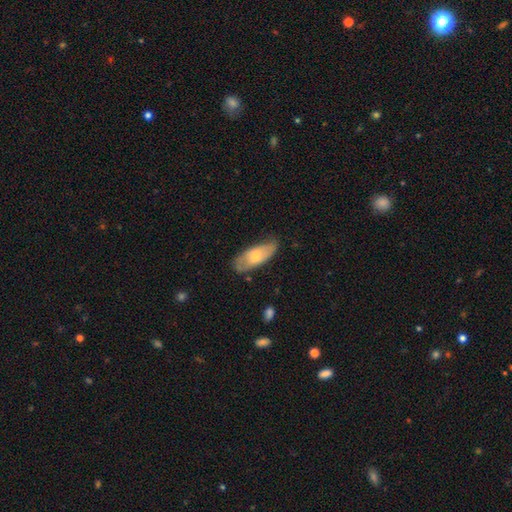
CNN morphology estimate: Overall: smooth (63%; featured or disk 32%). How rounded: in between (83%). Merging: none (68%).